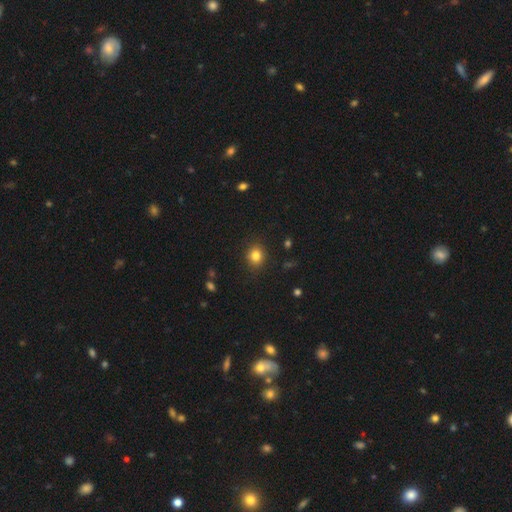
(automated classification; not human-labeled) This is clearly a smooth galaxy (83%). How rounded: likely round (74%). Merging: clearly none (87%).